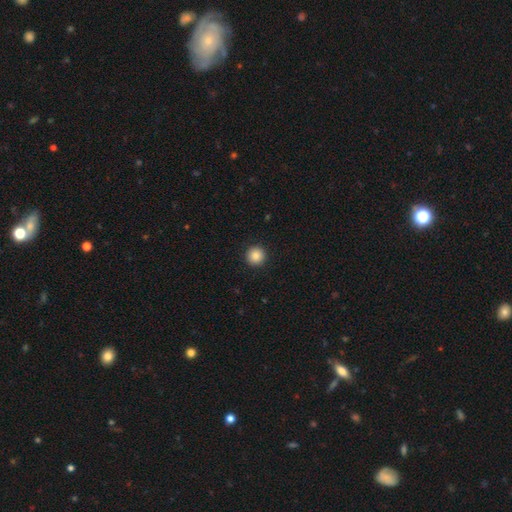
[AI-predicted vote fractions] Smooth or featured? smooth (85%)
How rounded? round (95%)
Merging? none (93%)